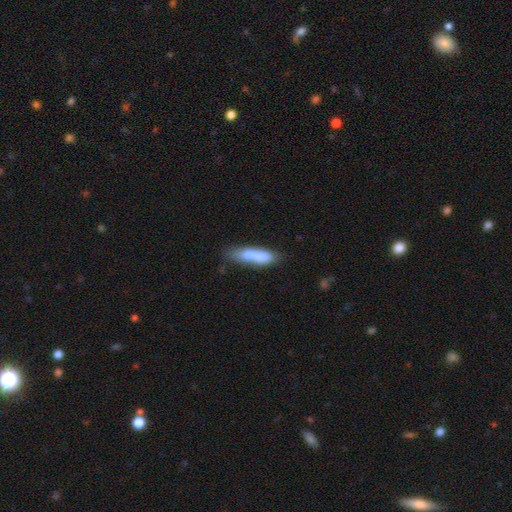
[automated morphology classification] type=smooth (74%); roundness=cigar-shaped (70%); merging=none (51%).